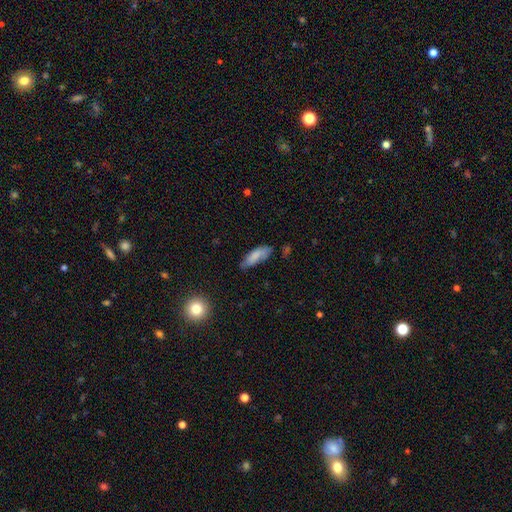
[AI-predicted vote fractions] smooth-or-featured: smooth: 79% | featured or disk: 14% | star or artifact: 7%
  how-rounded: in between: 55% | cigar-shaped: 43% | round: 2%
  merging: none: 59% | minor disturbance: 30% | major disturbance: 8% | merger: 3%